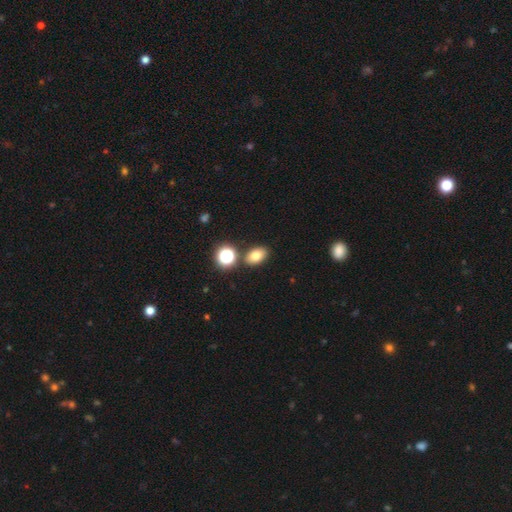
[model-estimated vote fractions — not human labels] Q: Smooth or featured?
A: smooth (77%); runner-up: star or artifact (13%)
Q: How rounded?
A: in between (82%); runner-up: round (17%)
Q: Merging?
A: none (81%); runner-up: minor disturbance (9%)